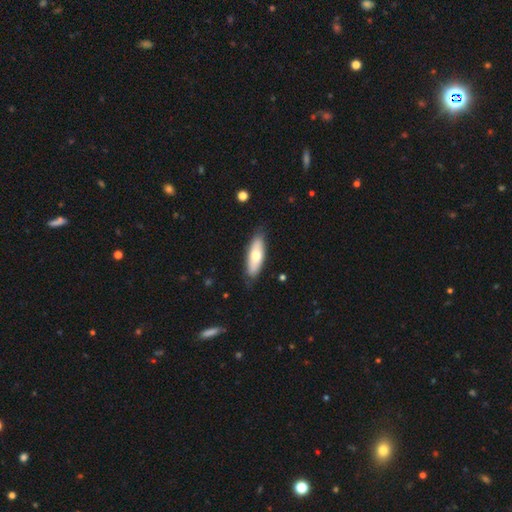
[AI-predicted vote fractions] smooth_or_featured: smooth (p=0.65) [alt: featured or disk p=0.30]
how_rounded: in between (p=0.62) [alt: cigar-shaped p=0.36]
merging: none (p=0.84) [alt: minor disturbance p=0.13]